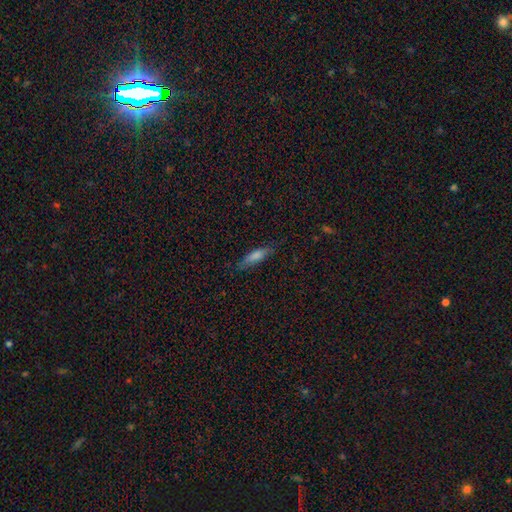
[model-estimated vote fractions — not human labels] smooth 67%, featured or disk 25%, star or artifact 9%. Down the decision tree: how rounded — cigar-shaped (67%); merging — none (80%).